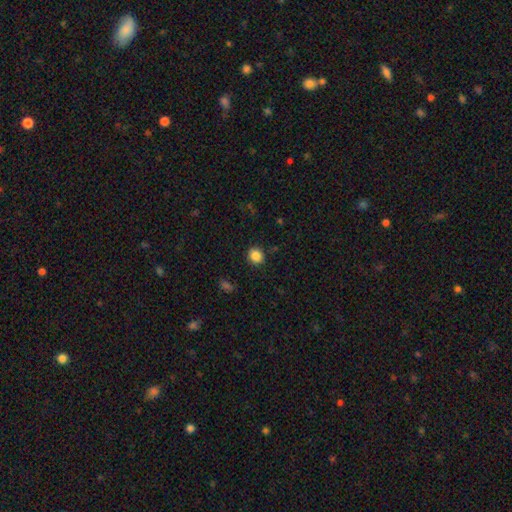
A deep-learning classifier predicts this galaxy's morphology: Smooth or featured?
  - smooth: 86% *
  - star or artifact: 10%
  - featured or disk: 4%
How rounded?
  - round: 82% *
  - in between: 17%
  - cigar-shaped: 1%
Merging?
  - none: 89% *
  - minor disturbance: 8%
  - major disturbance: 2%
  - merger: 1%